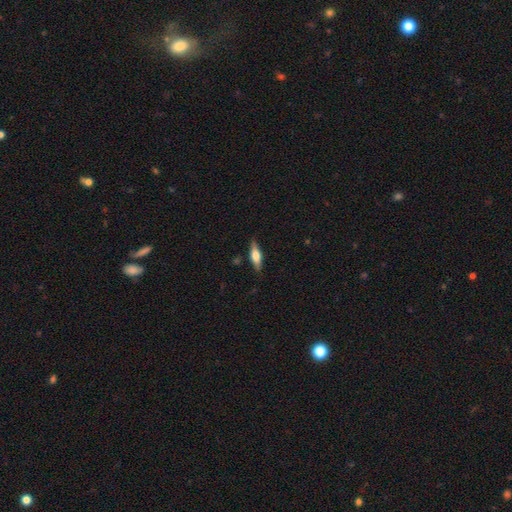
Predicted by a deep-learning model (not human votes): A smooth galaxy with no disk features (48%). Merging: none (84%).